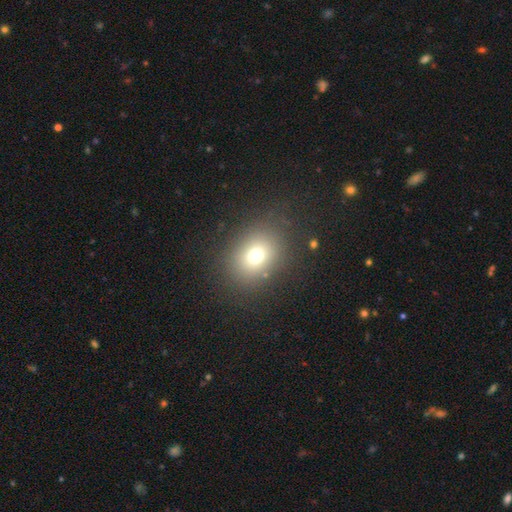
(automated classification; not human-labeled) smooth 71%, star or artifact 17%, featured or disk 12%. Down the decision tree: how rounded — round (56%); merging — none (83%).